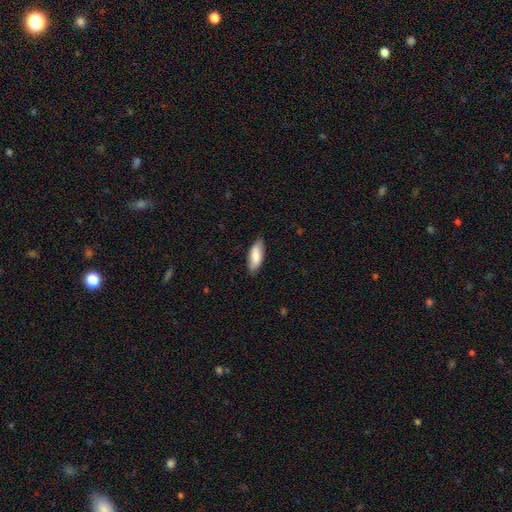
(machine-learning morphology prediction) Smooth or featured: smooth — 81% (featured or disk — 14%)
How rounded: in between — 76% (cigar-shaped — 22%)
Merging: none — 83% (minor disturbance — 14%)